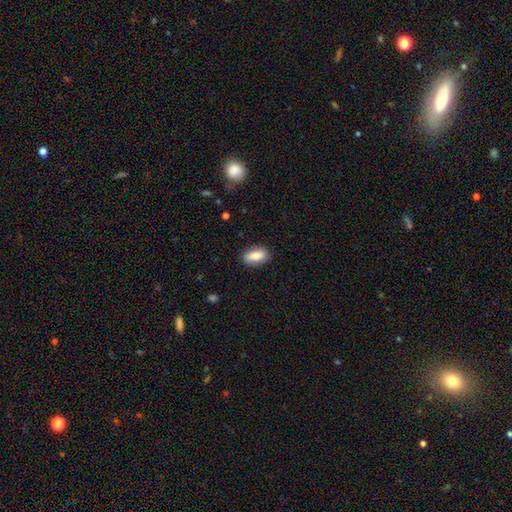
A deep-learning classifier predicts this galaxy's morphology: type=smooth (80%); roundness=in between (89%); merging=none (86%).